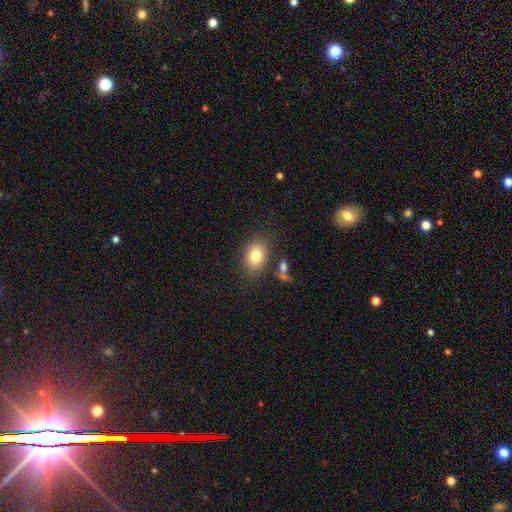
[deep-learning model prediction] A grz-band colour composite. It shows a smooth galaxy with no disk features (82%) that is in between round and cigar-shaped (77%). Merging: none (78%).